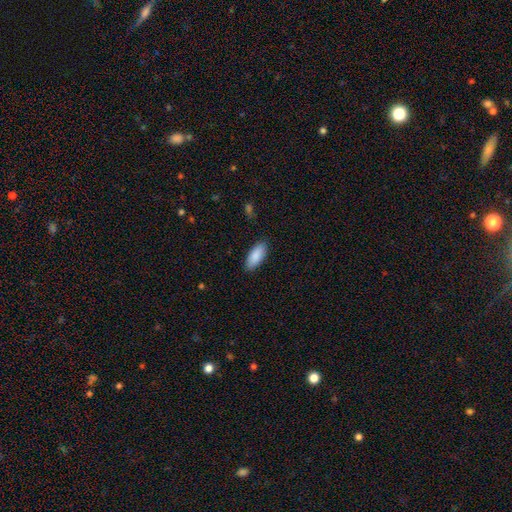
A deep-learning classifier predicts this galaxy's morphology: smooth 90%, star or artifact 5%, featured or disk 5%. Down the decision tree: how rounded — in between (84%); merging — none (87%).